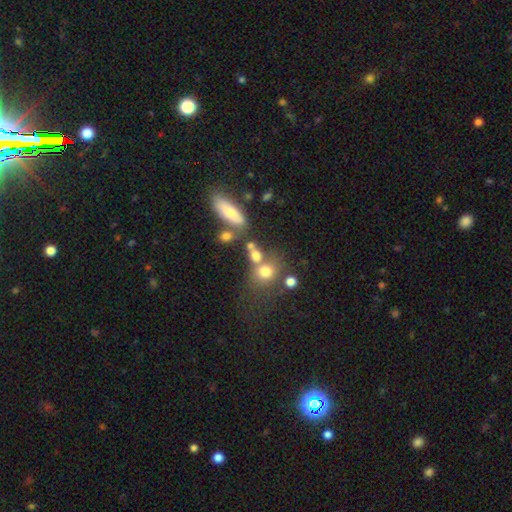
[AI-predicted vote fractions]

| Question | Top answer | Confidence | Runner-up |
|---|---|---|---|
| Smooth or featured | smooth | 71% | star or artifact (15%) |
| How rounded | round | 58% | in between (37%) |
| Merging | none | 43% | merger (38%) |